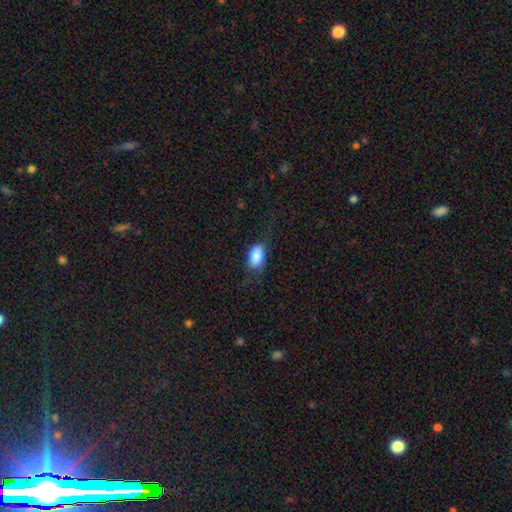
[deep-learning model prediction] smooth-or-featured: smooth: 83% | featured or disk: 9% | star or artifact: 8%
  how-rounded: in between: 91% | round: 6% | cigar-shaped: 3%
  merging: none: 63% | minor disturbance: 24% | major disturbance: 11% | merger: 1%